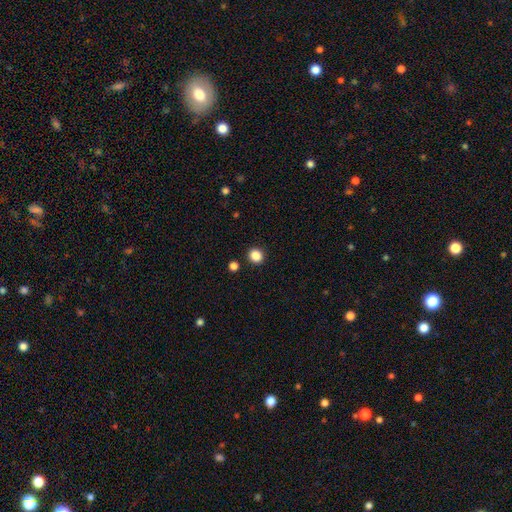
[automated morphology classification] Smooth or featured?
  - smooth: 86% *
  - star or artifact: 11%
  - featured or disk: 3%
How rounded?
  - round: 86% *
  - in between: 13%
  - cigar-shaped: 1%
Merging?
  - none: 91% *
  - minor disturbance: 5%
  - merger: 2%
  - major disturbance: 2%